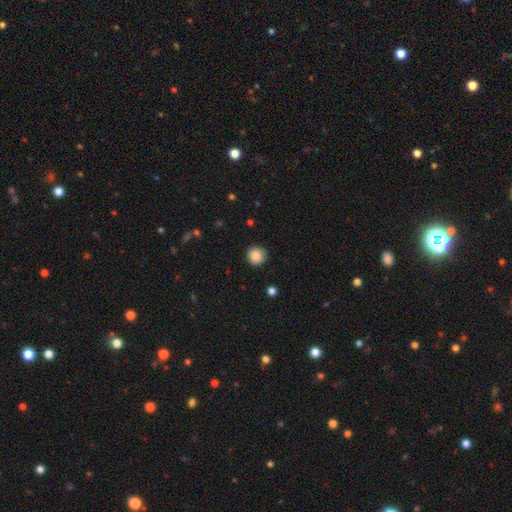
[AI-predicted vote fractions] This appears to be a smooth galaxy with no disk features (86%) that is round (94%). Merging: none (86%).